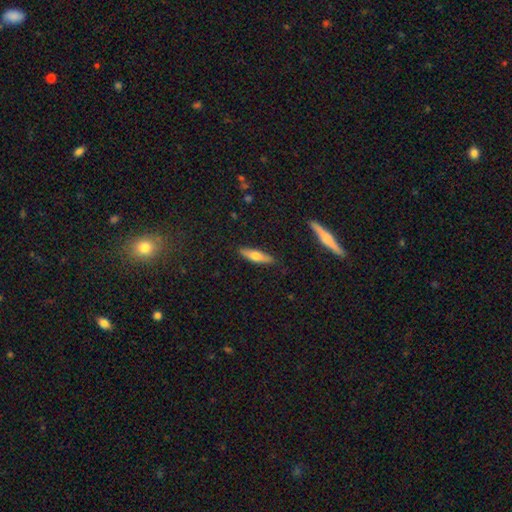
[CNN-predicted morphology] Smooth or featured? smooth (60%)
How rounded? cigar-shaped (67%)
Merging? none (86%)